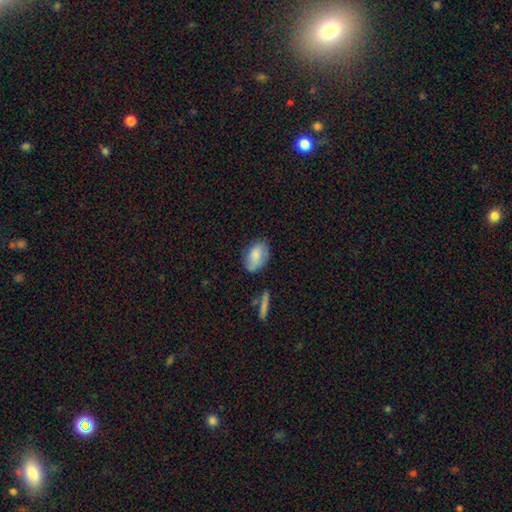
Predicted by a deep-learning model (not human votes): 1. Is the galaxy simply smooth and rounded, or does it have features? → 80% smooth, 13% featured or disk, 7% star or artifact.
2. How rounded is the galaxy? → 89% in between, 10% round, 2% cigar-shaped.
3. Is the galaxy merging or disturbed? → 70% none, 22% minor disturbance, 5% major disturbance, 3% merger.